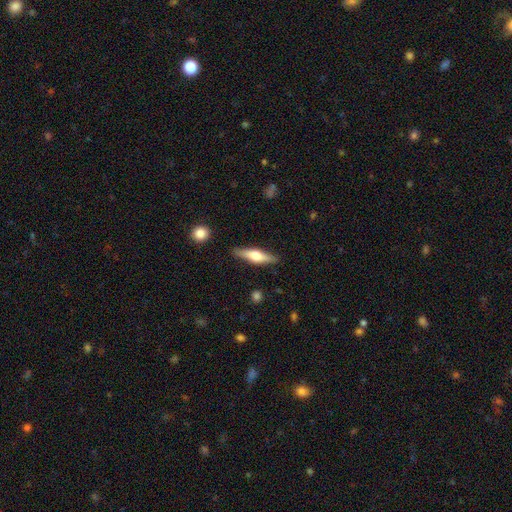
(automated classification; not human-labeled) Q: Smooth or featured?
A: featured or disk (51%); runner-up: smooth (44%)
Q: Edge-on disk?
A: yes (94%); runner-up: no (6%)
Q: Merging?
A: none (86%); runner-up: minor disturbance (10%)